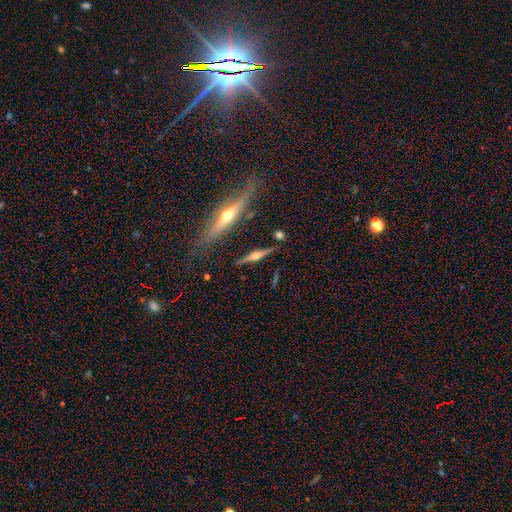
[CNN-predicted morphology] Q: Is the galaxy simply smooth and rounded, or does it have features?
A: featured or disk — 77%.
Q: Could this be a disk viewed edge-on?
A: yes — 97%.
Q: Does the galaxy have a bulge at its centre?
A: rounded — 91%.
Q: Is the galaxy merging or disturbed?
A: none — 84%.